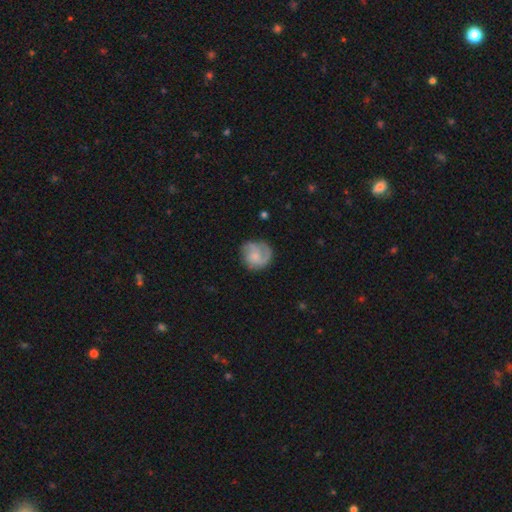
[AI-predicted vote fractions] Smooth or featured?
  - featured or disk: 53% *
  - smooth: 40%
  - star or artifact: 7%
Edge-on disk?
  - no: 98% *
  - yes: 2%
Bar?
  - no: 70% *
  - weak: 26%
  - strong: 4%
Spiral arms?
  - yes: 85% *
  - no: 15%
Bulge size?
  - small: 39% *
  - none: 30%
  - moderate: 25%
  - large: 5%
  - dominant: 2%
Merging?
  - none: 65% *
  - minor disturbance: 21%
  - major disturbance: 13%
  - merger: 2%